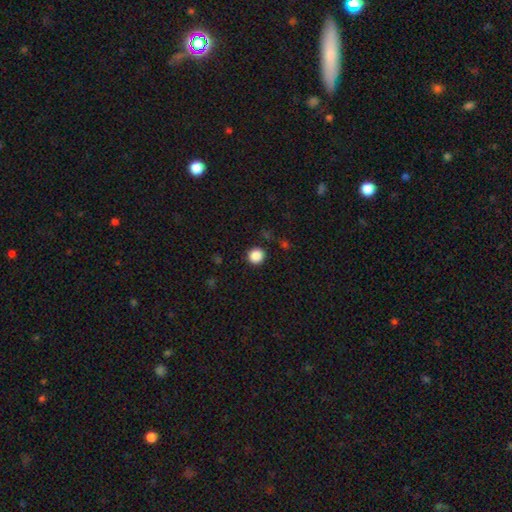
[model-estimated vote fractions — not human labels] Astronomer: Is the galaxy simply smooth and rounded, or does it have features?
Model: smooth — 87%.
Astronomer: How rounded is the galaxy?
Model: round — 93%.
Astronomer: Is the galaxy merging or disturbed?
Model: none — 90%.